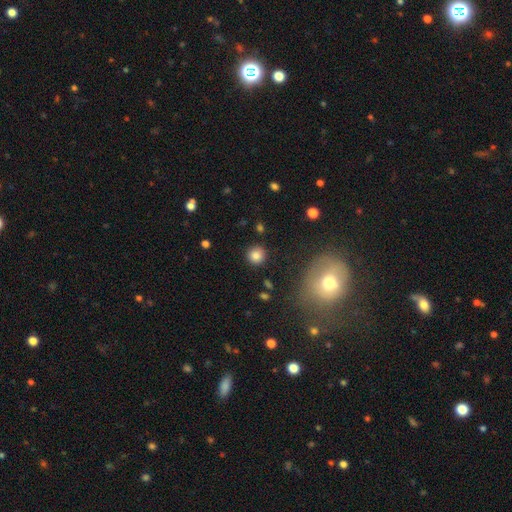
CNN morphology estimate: smooth_or_featured: smooth (p=0.83) [alt: star or artifact p=0.11]
how_rounded: round (p=0.92) [alt: in between p=0.07]
merging: none (p=0.89) [alt: minor disturbance p=0.06]